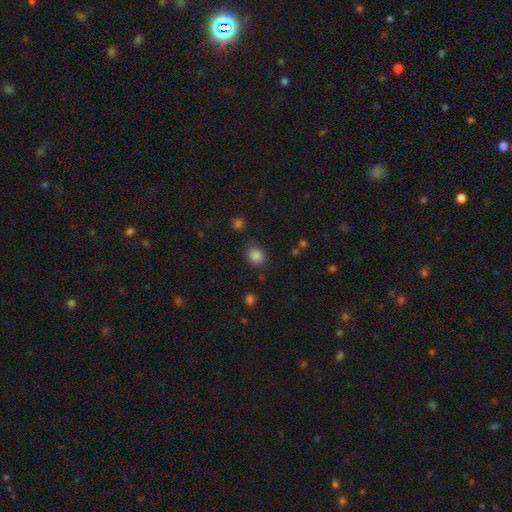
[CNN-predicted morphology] Smooth or featured: smooth — 85% (star or artifact — 11%)
How rounded: round — 57% (in between — 42%)
Merging: none — 77% (minor disturbance — 15%)